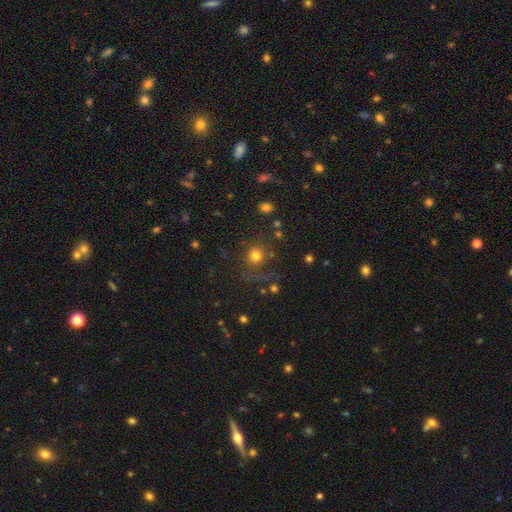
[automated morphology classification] smooth-or-featured: smooth: 76% | star or artifact: 16% | featured or disk: 9%
  how-rounded: round: 89% | in between: 10% | cigar-shaped: 1%
  merging: none: 71% | minor disturbance: 12% | major disturbance: 11% | merger: 6%